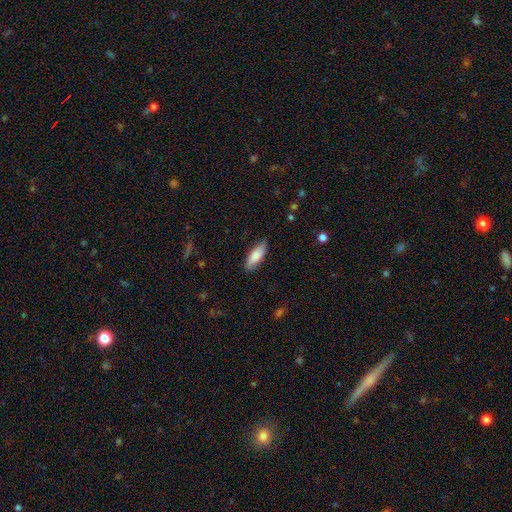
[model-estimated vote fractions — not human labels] smooth 79%, featured or disk 15%, star or artifact 6%. Down the decision tree: how rounded — in between (69%); merging — none (81%).